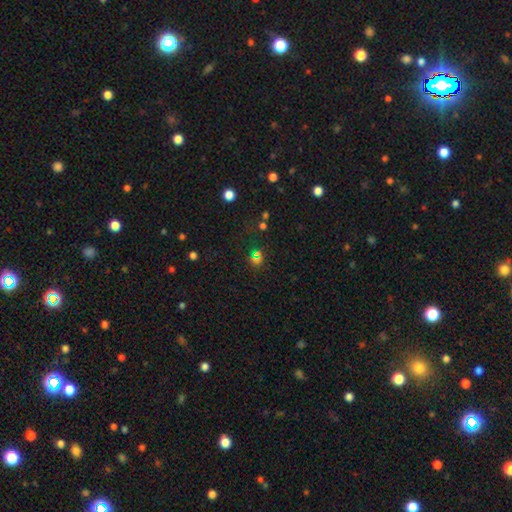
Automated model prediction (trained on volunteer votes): Morphology: type=star or artifact (49%).